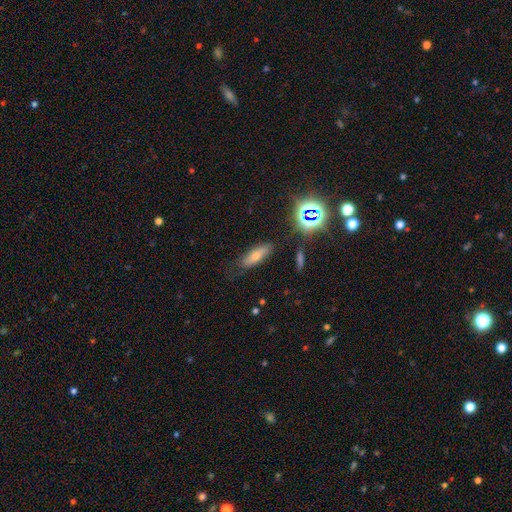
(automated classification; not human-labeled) Smooth or featured: smooth — 55% (featured or disk — 25%)
How rounded: in between — 55% (cigar-shaped — 41%)
Merging: none — 74% (minor disturbance — 18%)